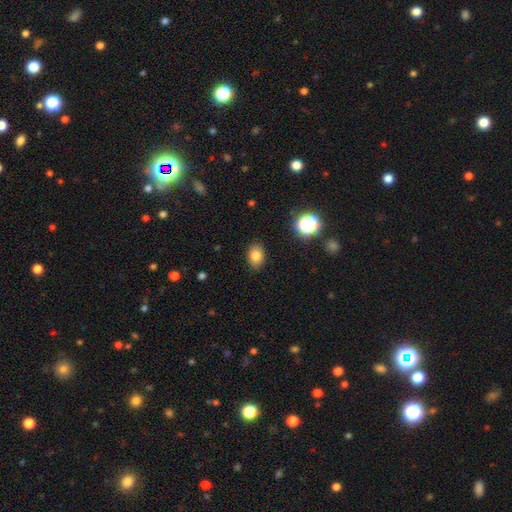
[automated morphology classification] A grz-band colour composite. It shows a smooth galaxy with no disk features (80%) that is in between round and cigar-shaped (75%). Merging: none (87%).